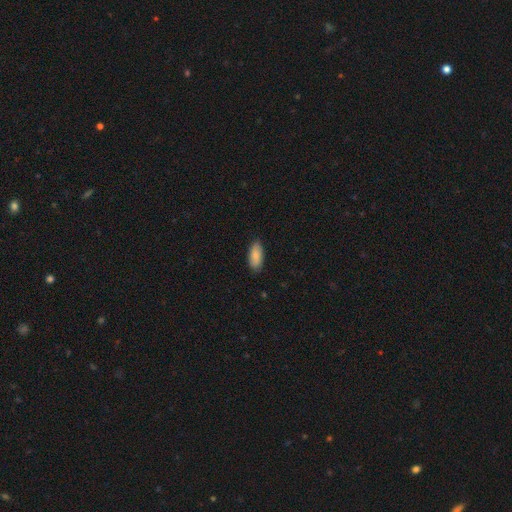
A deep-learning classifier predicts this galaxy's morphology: This is clearly a smooth galaxy (87%). How rounded: clearly in between (87%). Merging: clearly none (86%).